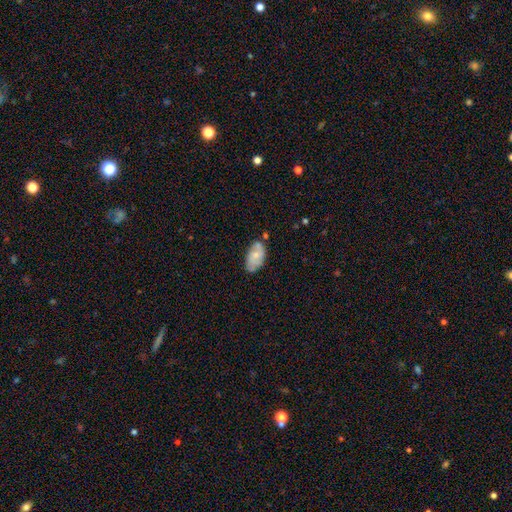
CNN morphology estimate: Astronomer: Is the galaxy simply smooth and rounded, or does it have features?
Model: smooth — 52% (runner-up: featured or disk, 41%).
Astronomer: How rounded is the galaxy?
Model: in between — 93%.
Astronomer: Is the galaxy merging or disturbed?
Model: none — 60%.